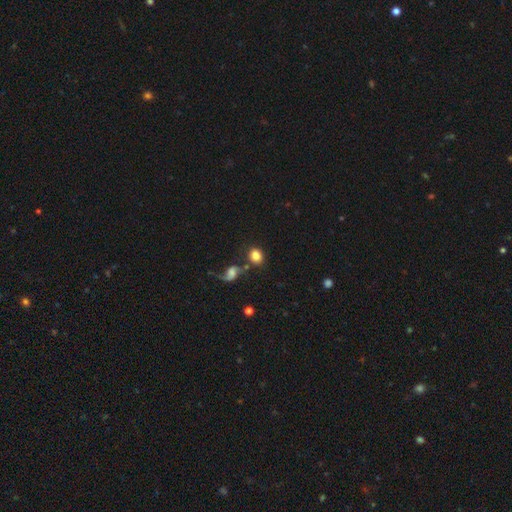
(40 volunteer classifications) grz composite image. It shows a smooth galaxy with no disk features (82%) that is round (64%). Merging: none (59%).